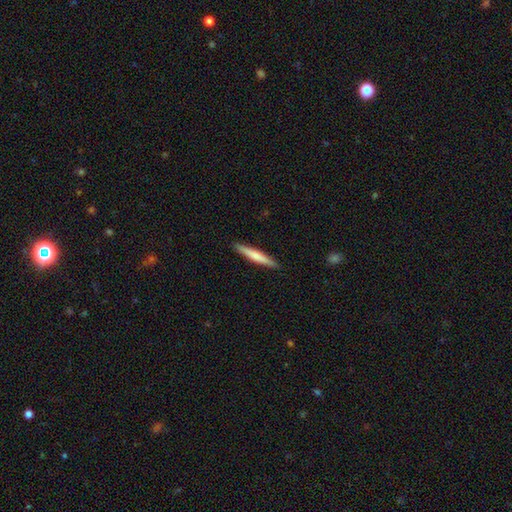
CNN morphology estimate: The model was most divided on "smooth or featured": smooth: 60%, featured or disk: 35%, star or artifact: 5%. More confident: how rounded — cigar-shaped (95%); merging — none (91%).